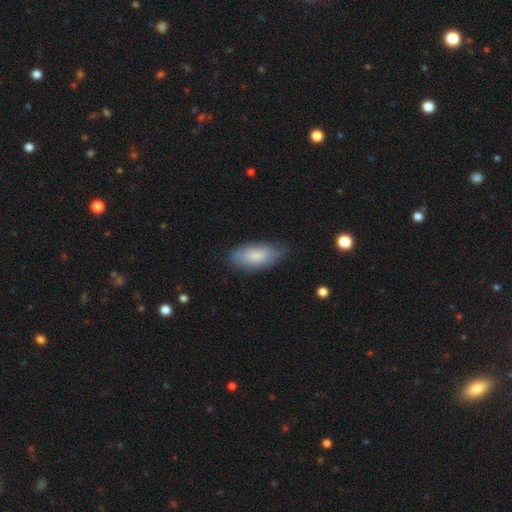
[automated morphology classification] smooth_or_featured: smooth (p=0.78) [alt: featured or disk p=0.17]
how_rounded: in between (p=0.90) [alt: cigar-shaped p=0.08]
merging: none (p=0.75) [alt: minor disturbance p=0.20]